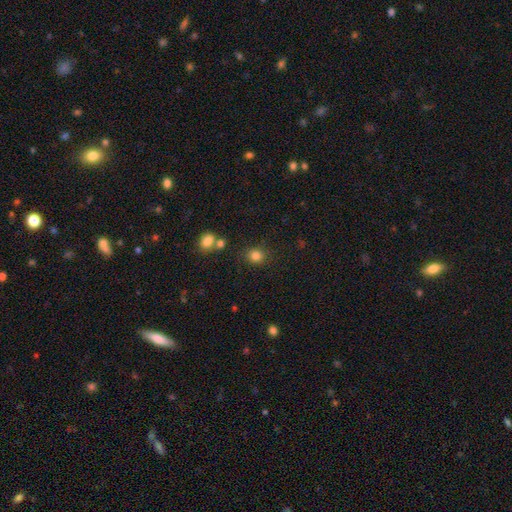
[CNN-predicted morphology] Smooth or featured? Predicted: smooth (p=0.82). How rounded? Predicted: round (p=0.78). Merging? Predicted: none (p=0.82).